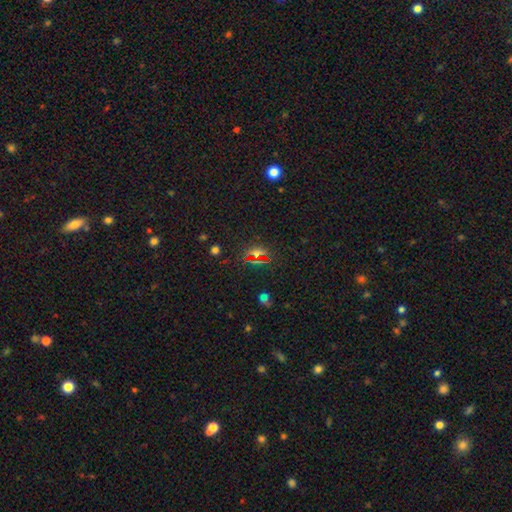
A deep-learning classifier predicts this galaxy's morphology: smooth-or-featured: star or artifact: 69% | smooth: 21% | featured or disk: 10%